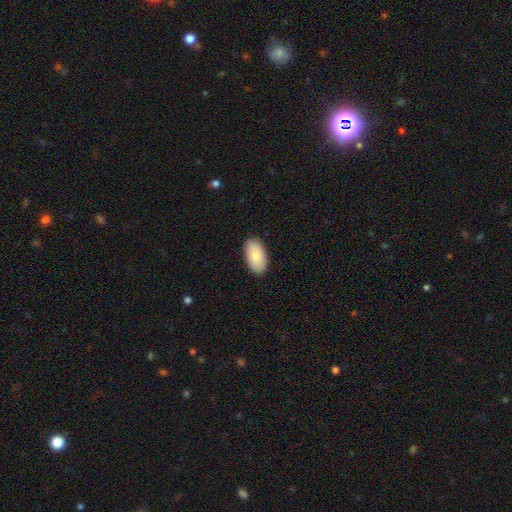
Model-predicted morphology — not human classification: Smooth or featured? Predicted: smooth (p=0.83). How rounded? Predicted: in between (p=0.95). Merging? Predicted: none (p=0.89).